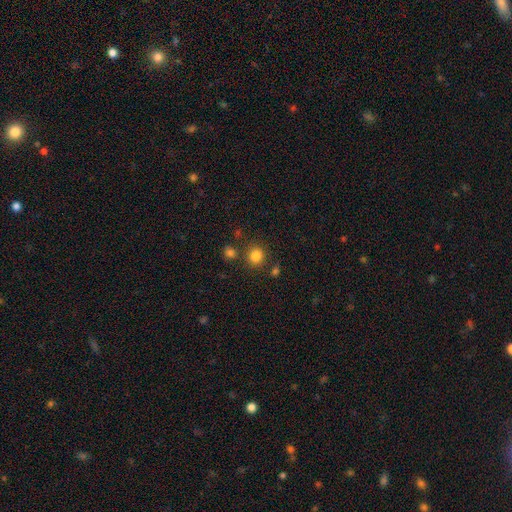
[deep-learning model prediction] smooth-or-featured: smooth: 83% | star or artifact: 12% | featured or disk: 5%
  how-rounded: round: 86% | in between: 13% | cigar-shaped: 1%
  merging: none: 80% | minor disturbance: 9% | merger: 8% | major disturbance: 4%